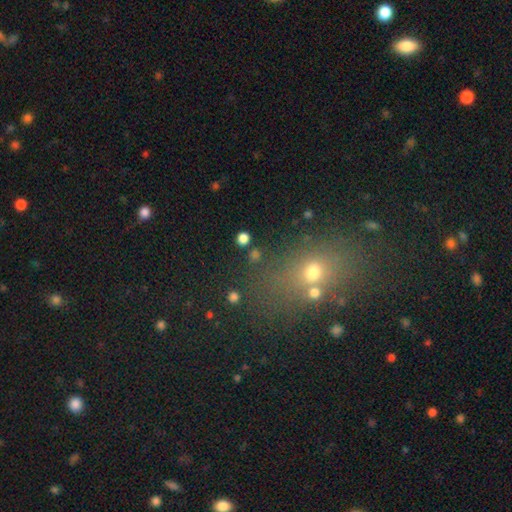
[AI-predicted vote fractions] Smooth or featured? Predicted: smooth (p=0.52). How rounded? Predicted: in between (p=0.51). Merging? Predicted: none (p=0.71).